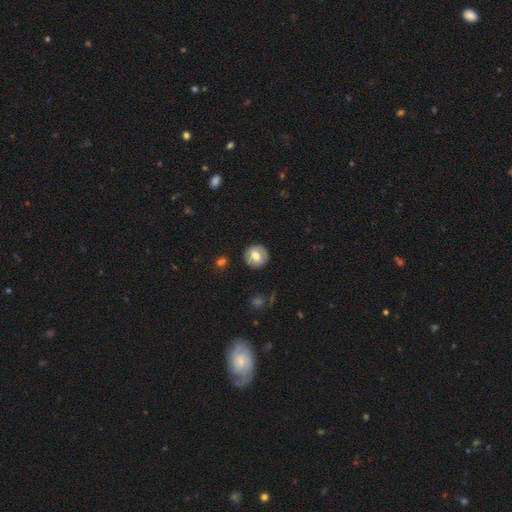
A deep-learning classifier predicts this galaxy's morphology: Smooth or featured? smooth (69%)
How rounded? round (91%)
Merging? none (88%)